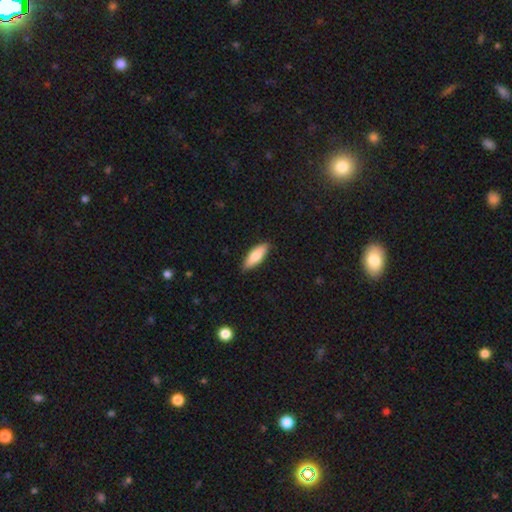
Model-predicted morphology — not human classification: A smooth galaxy with no disk features (79%) that is in between round and cigar-shaped (66%).

Vote fractions:
- Smooth or featured? smooth: 79% / featured or disk: 16% / star or artifact: 5%
- How rounded? in between: 66% / cigar-shaped: 32% / round: 2%
- Merging? none: 87% / minor disturbance: 10% / major disturbance: 2% / merger: 1%